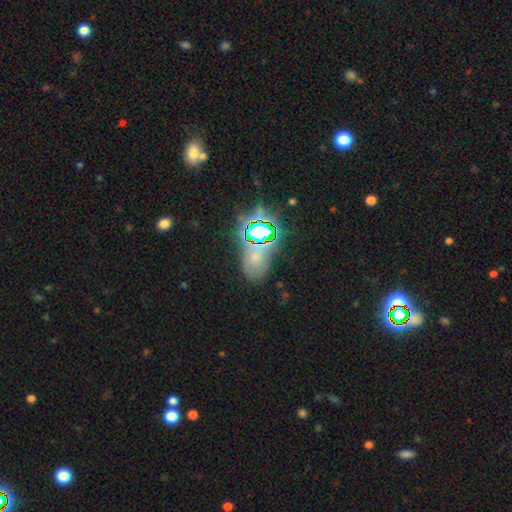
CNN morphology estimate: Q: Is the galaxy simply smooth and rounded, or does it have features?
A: star or artifact — 51%.